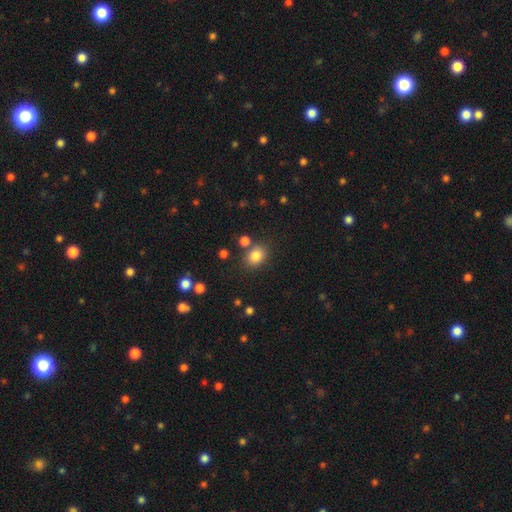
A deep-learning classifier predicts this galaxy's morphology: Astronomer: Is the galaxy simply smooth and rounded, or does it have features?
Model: smooth — 83%.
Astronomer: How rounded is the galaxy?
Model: in between — 51% (runner-up: round, 48%).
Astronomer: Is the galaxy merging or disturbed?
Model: none — 76%.